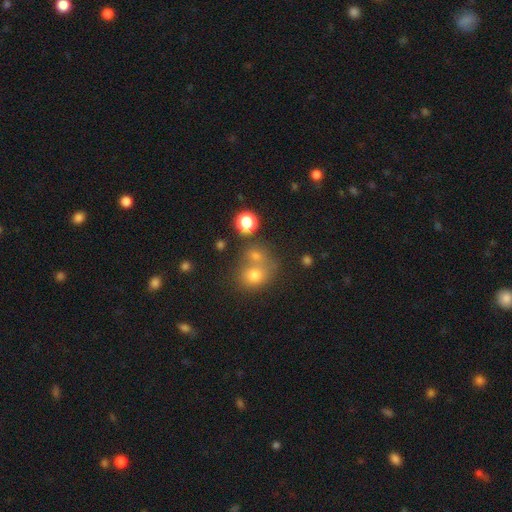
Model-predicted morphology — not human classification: smooth-or-featured: smooth: 71% | star or artifact: 17% | featured or disk: 12%
  how-rounded: round: 71% | in between: 28% | cigar-shaped: 1%
  merging: merger: 44% | none: 41% | minor disturbance: 9% | major disturbance: 5%